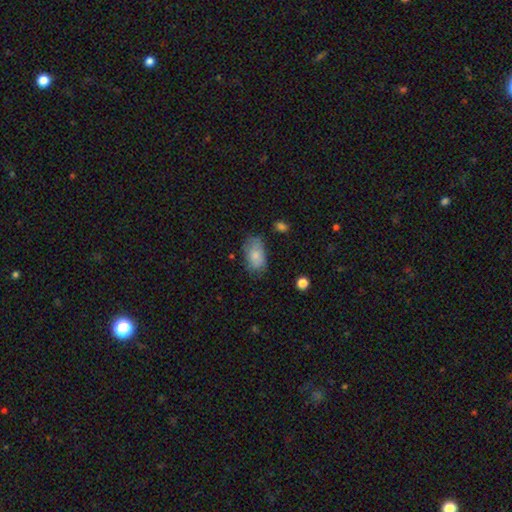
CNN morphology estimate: smooth 79%, featured or disk 14%, star or artifact 7%. Down the decision tree: how rounded — in between (92%); merging — none (58%).